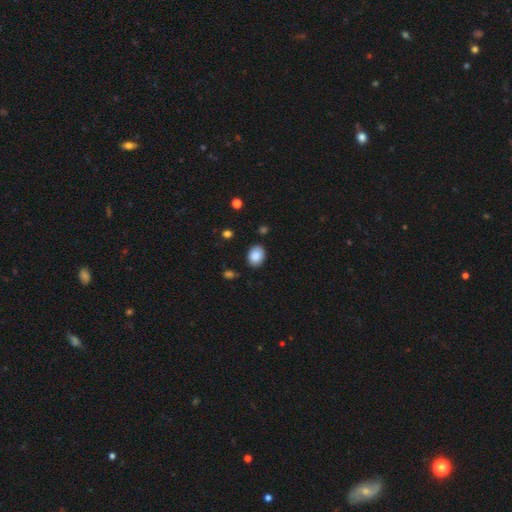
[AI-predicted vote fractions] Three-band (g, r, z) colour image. It shows a smooth galaxy with no disk features (88%) that is in between round and cigar-shaped (66%). Merging: none (83%).